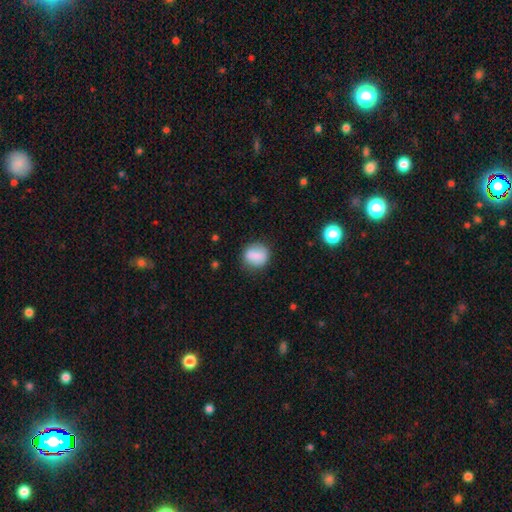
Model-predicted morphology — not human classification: smooth_or_featured: smooth (p=0.82) [alt: featured or disk p=0.10]
how_rounded: round (p=0.68) [alt: in between p=0.30]
merging: none (p=0.78) [alt: minor disturbance p=0.15]